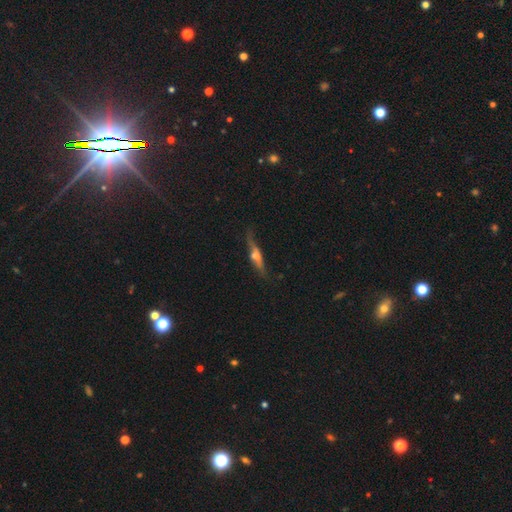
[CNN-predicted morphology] Smooth or featured? featured or disk (62%)
Edge-on disk? yes (92%)
Edge-on bulge? rounded (88%)
Merging? none (68%)